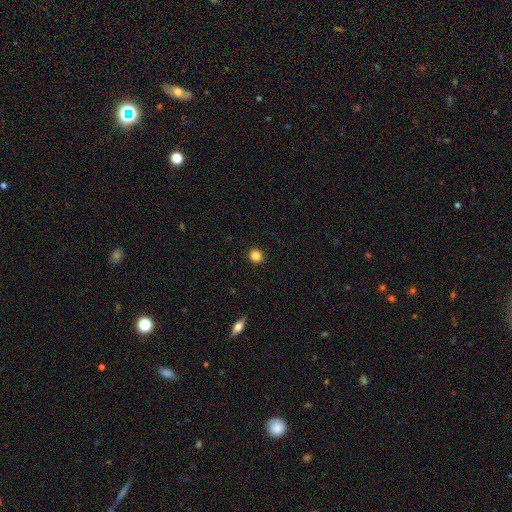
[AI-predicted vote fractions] A smooth galaxy with no disk features (84%) that is round (90%). Merging: none (92%).